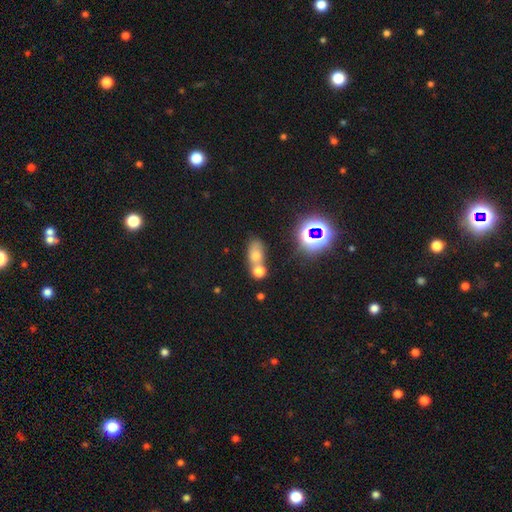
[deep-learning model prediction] A smooth galaxy with no disk features (61%) that is in between round and cigar-shaped (68%). Merging: merger (45%).